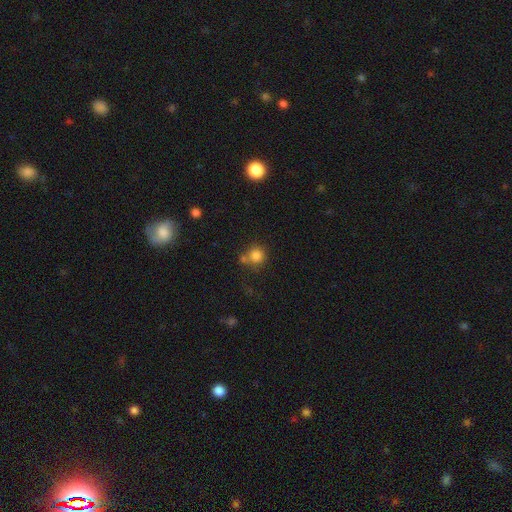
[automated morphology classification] Smooth or featured? Predicted: smooth (p=0.82). How rounded? Predicted: round (p=0.92). Merging? Predicted: none (p=0.64).